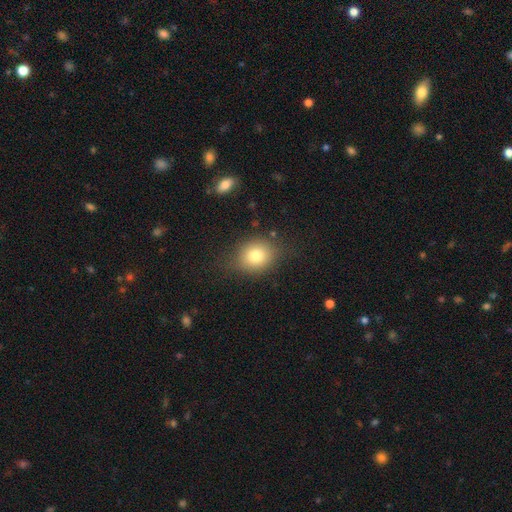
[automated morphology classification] This appears to be a smooth galaxy with no disk features (78%) that is round (63%). Merging: none (75%).